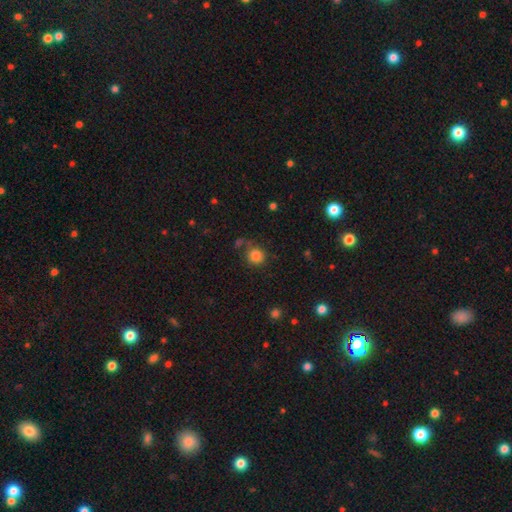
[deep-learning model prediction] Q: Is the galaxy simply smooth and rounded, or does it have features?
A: smooth — 84%.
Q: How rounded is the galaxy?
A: round — 89%.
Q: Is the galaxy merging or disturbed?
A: none — 74%.